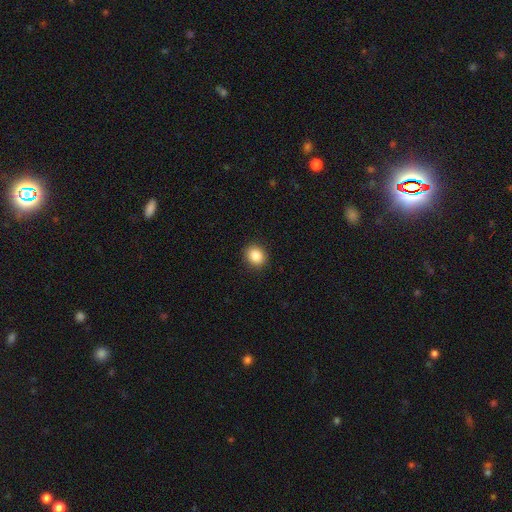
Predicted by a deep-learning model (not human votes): This appears to be a smooth galaxy with no disk features (86%) that is round (71%). Merging: none (91%).